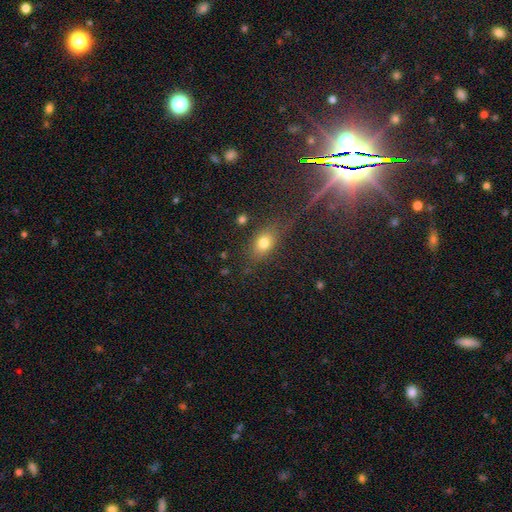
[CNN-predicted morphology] This appears to be a smooth galaxy with no disk features (61%) that is in between round and cigar-shaped (68%). Merging: none (78%).